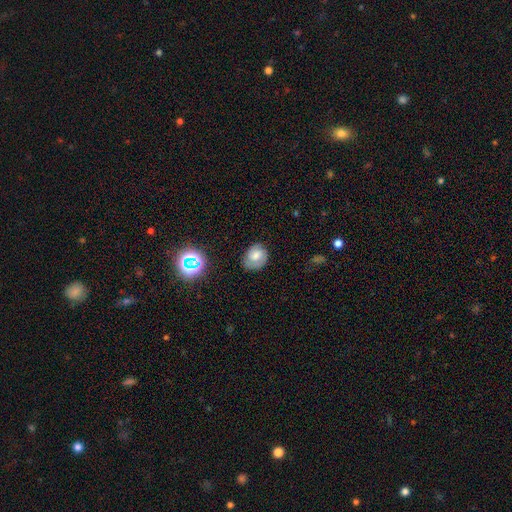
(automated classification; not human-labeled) smooth 53%, featured or disk 35%, star or artifact 13%. Down the decision tree: how rounded — round (53%); merging — none (68%).